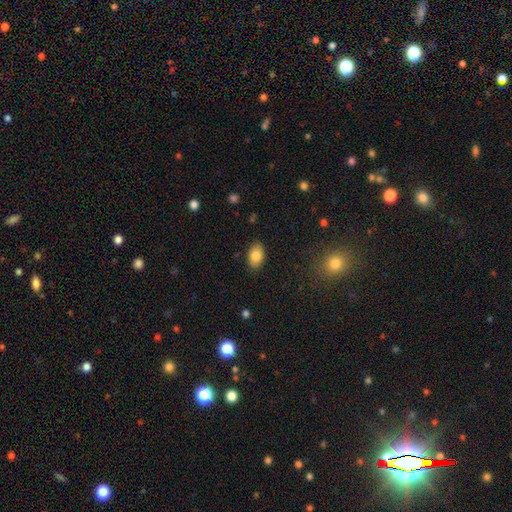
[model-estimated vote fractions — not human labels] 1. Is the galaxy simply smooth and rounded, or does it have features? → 83% smooth, 9% featured or disk, 8% star or artifact.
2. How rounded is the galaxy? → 89% in between, 10% round, 1% cigar-shaped.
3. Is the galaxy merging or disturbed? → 86% none, 10% minor disturbance, 2% major disturbance, 1% merger.